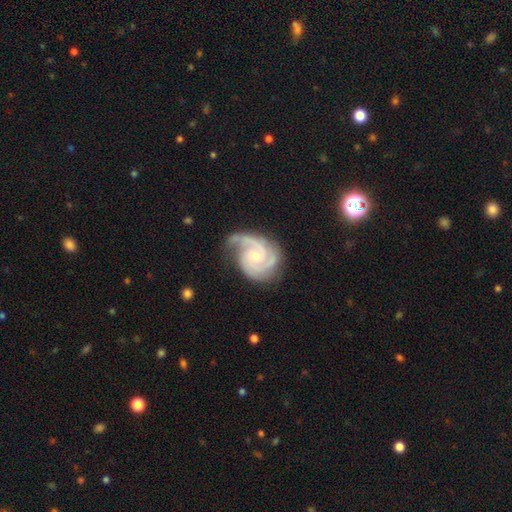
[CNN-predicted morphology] A featured or disk galaxy (90%) with no bar (66%), 3 (42%) tight (52%) spiral arms (98%) and a small central bulge (57%). Merging: none (62%).